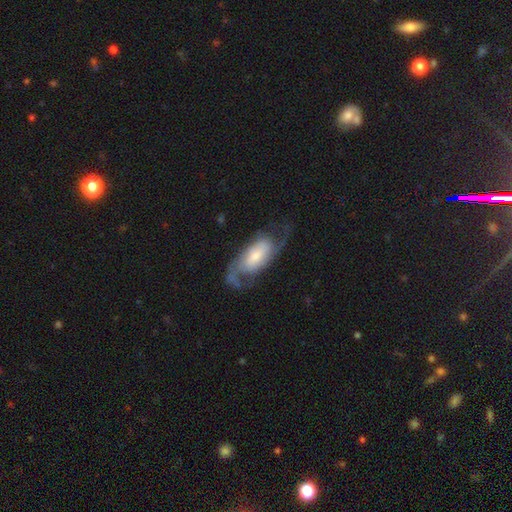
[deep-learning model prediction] Overall: featured or disk (74%). Edge-on disk: no (93%). Bar: no (53%; weak 34%). Spiral arms: yes (92%). Spiral arm count: 2 (82%). Spiral winding: loose (42%; medium 41%). Bulge size: small (36%; moderate 35%). Merging: none (55%; major disturbance 23%).